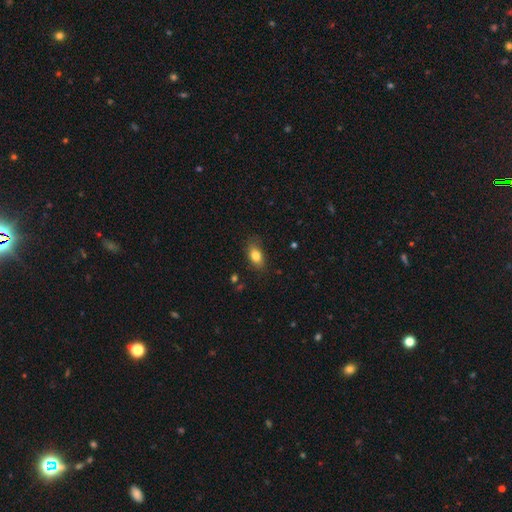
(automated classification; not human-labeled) smooth_or_featured: smooth (p=0.81) [alt: featured or disk p=0.11]
how_rounded: in between (p=0.86) [alt: round p=0.08]
merging: none (p=0.78) [alt: minor disturbance p=0.17]